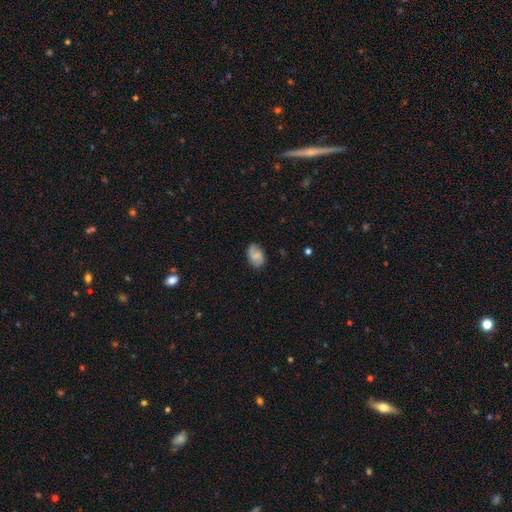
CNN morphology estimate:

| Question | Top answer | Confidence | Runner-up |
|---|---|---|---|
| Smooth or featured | smooth | 59% | featured or disk (32%) |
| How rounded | in between | 83% | round (16%) |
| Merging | none | 77% | minor disturbance (18%) |